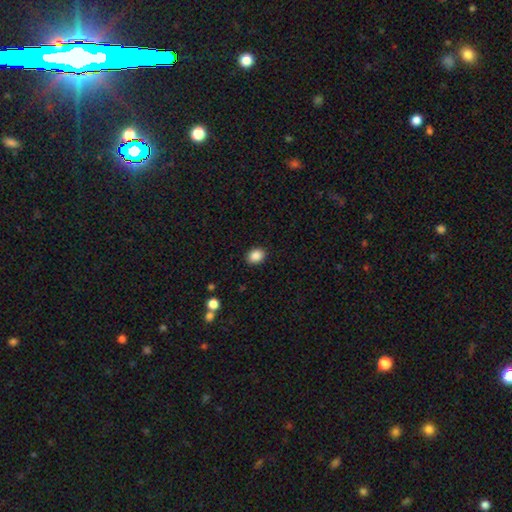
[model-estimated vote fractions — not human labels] Smooth or featured: smooth — 88% (star or artifact — 9%)
How rounded: in between — 57% (round — 42%)
Merging: none — 90% (minor disturbance — 7%)